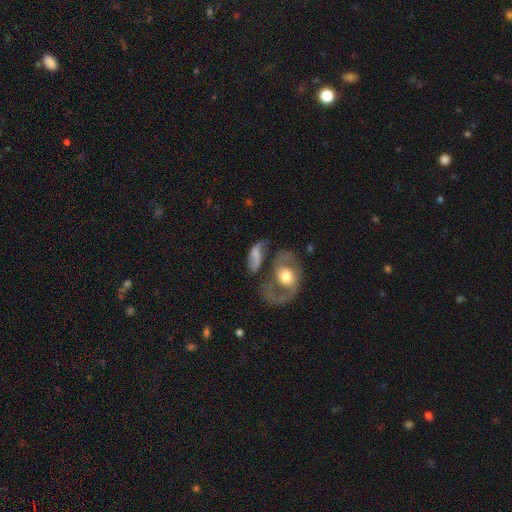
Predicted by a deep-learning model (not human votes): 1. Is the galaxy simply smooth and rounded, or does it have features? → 58% featured or disk, 34% smooth, 8% star or artifact.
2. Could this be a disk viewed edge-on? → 92% no, 8% yes.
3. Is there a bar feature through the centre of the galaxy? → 51% no, 34% weak, 14% strong.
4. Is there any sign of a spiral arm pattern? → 78% yes, 22% no.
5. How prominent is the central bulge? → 41% moderate, 27% small, 19% none, 10% large, 3% dominant.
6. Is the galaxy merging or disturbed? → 36% none, 26% merger, 19% major disturbance, 18% minor disturbance.